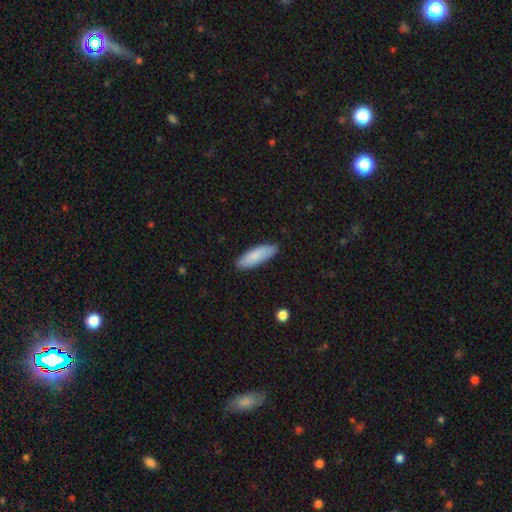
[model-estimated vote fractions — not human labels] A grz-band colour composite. It shows a smooth galaxy with no disk features (85%) that is in between round and cigar-shaped (55%). Merging: none (86%).